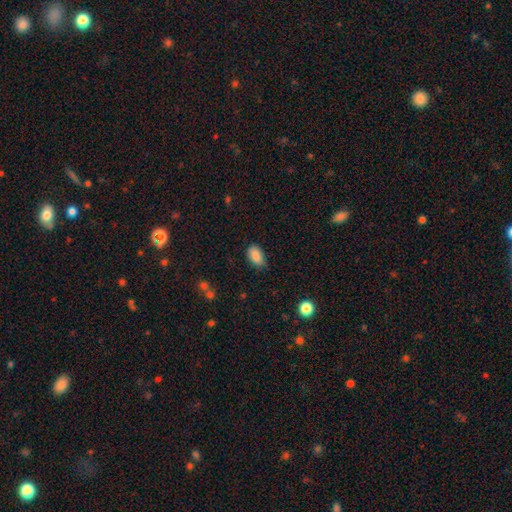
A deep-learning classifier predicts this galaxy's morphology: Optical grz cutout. It shows a smooth galaxy with no disk features (88%) that is in between round and cigar-shaped (92%). Merging: none (75%).